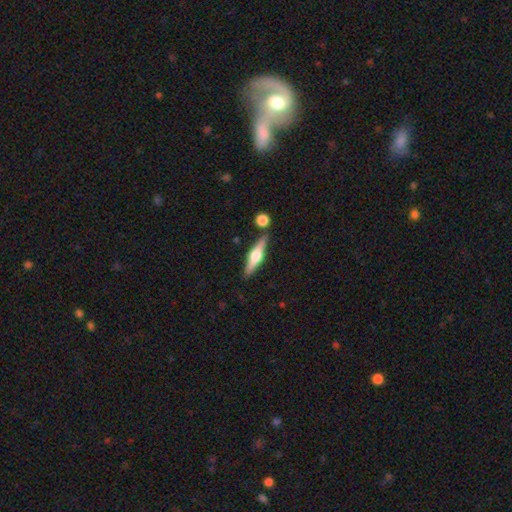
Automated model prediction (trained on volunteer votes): featured or disk 68%, smooth 26%, star or artifact 6%. Down the decision tree: edge-on disk — yes (97%); edge-on bulge — rounded (92%); merging — none (83%).